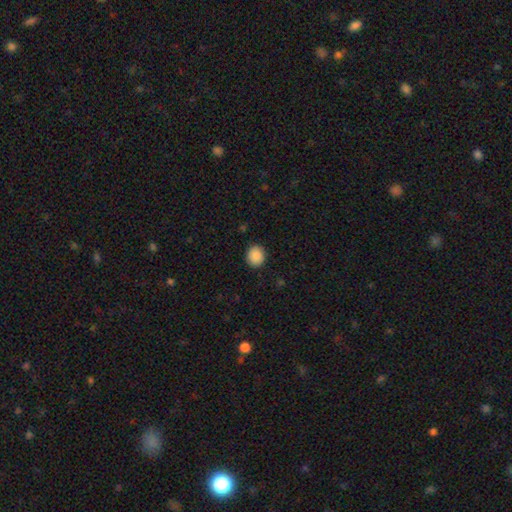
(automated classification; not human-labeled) The model was most divided on "how rounded": round: 79%, in between: 20%, cigar-shaped: 1%. More confident: merging — none (90%); smooth or featured — smooth (89%).